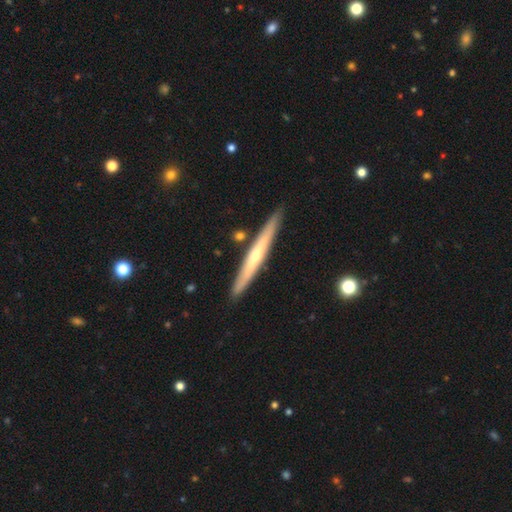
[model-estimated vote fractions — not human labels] The model was most divided on "edge-on bulge": rounded: 60%, none: 37%, boxy: 3%. More confident: edge-on disk — yes (95%); merging — none (88%); smooth or featured — featured or disk (63%).